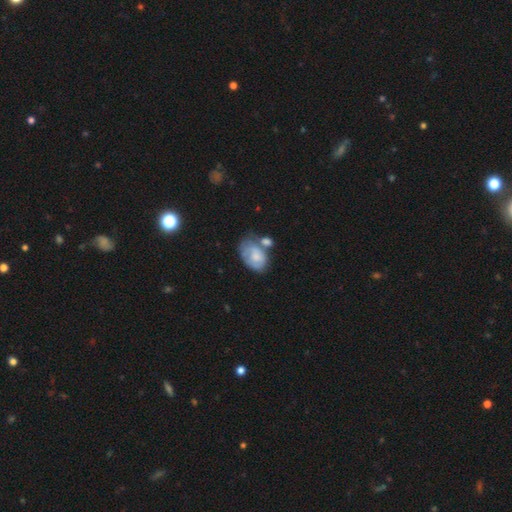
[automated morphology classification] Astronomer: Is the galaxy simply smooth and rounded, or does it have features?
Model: smooth — 56% (runner-up: featured or disk, 37%).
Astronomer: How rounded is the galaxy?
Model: in between — 85%.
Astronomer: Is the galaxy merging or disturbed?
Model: none — 31% (runner-up: merger, 30%).